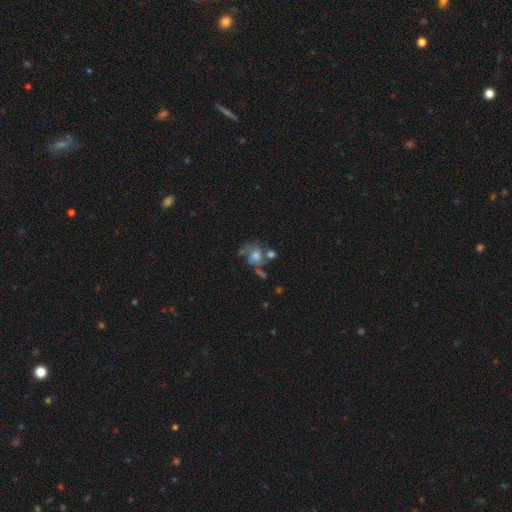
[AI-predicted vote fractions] Smooth or featured: featured or disk — 57% (smooth — 31%)
Edge-on disk: no — 97% (yes — 3%)
Bar: no — 75% (weak — 21%)
Spiral arms: yes — 72% (no — 28%)
Bulge size: moderate — 51% (small — 21%)
Merging: none — 37% (major disturbance — 24%)